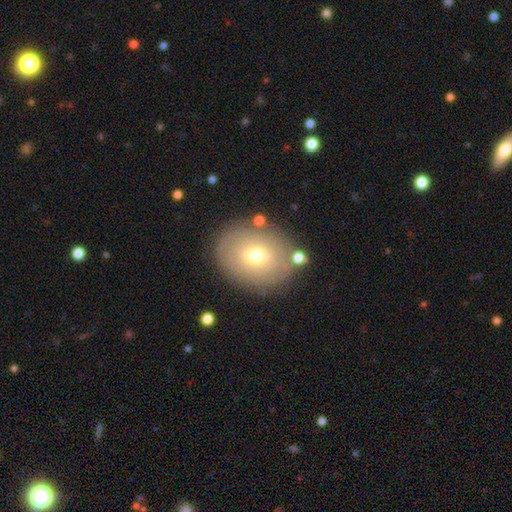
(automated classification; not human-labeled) Overall: smooth (53%; featured or disk 37%). How rounded: round (52%; in between 47%). Merging: none (79%).